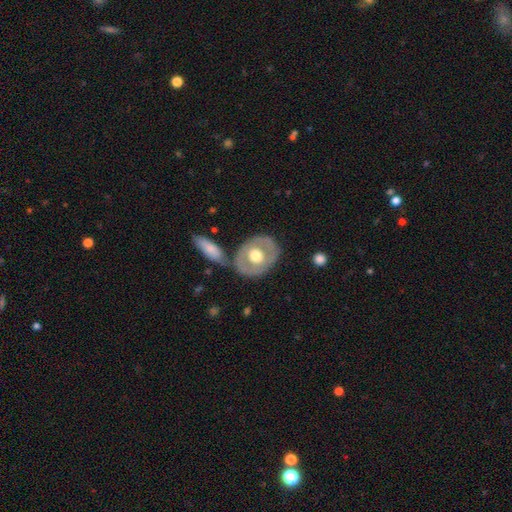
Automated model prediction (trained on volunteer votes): Q: Smooth or featured?
A: featured or disk (52%); runner-up: smooth (44%)
Q: Edge-on disk?
A: no (91%); runner-up: yes (9%)
Q: Merging?
A: none (70%); runner-up: minor disturbance (13%)